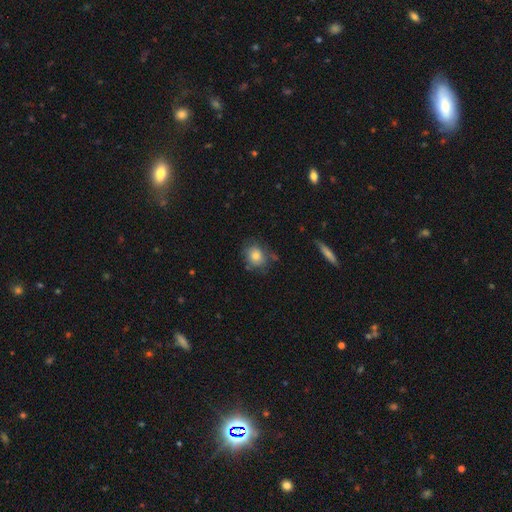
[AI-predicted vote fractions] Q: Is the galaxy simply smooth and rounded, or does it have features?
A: smooth — 78%.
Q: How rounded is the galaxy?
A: round — 68%.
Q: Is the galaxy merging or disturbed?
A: none — 68%.